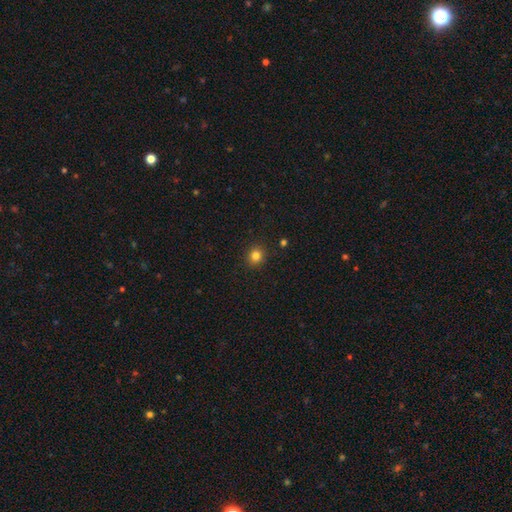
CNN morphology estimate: A smooth galaxy with no disk features (82%) that is round (83%). Merging: none (90%).